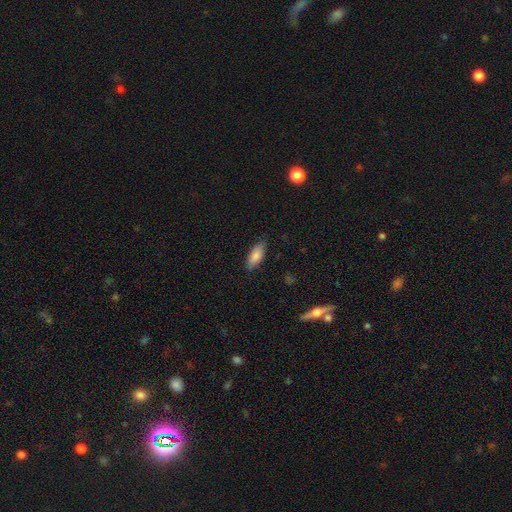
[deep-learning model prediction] smooth 80%, featured or disk 14%, star or artifact 6%. Down the decision tree: how rounded — in between (69%); merging — none (82%).